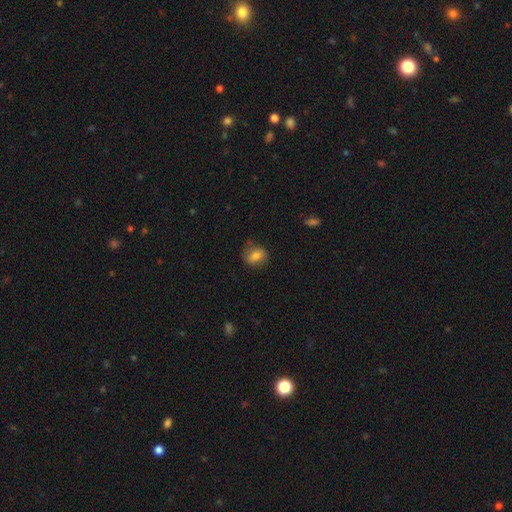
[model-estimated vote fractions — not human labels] Overall: smooth (75%). How rounded: in between (53%; round 45%). Merging: none (74%).